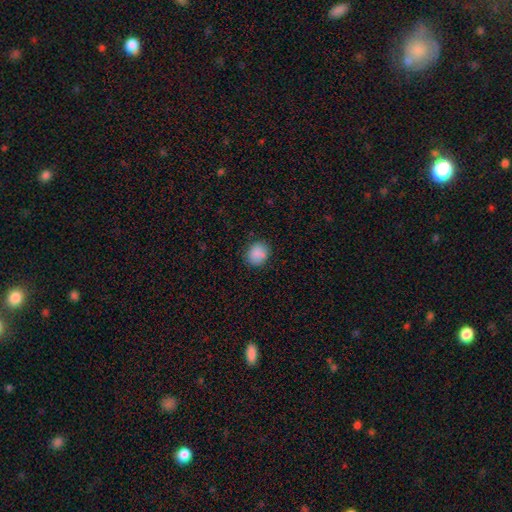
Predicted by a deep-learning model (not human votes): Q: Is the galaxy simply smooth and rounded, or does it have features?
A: smooth — 88%.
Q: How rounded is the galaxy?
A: round — 73%.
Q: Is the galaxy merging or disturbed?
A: none — 85%.